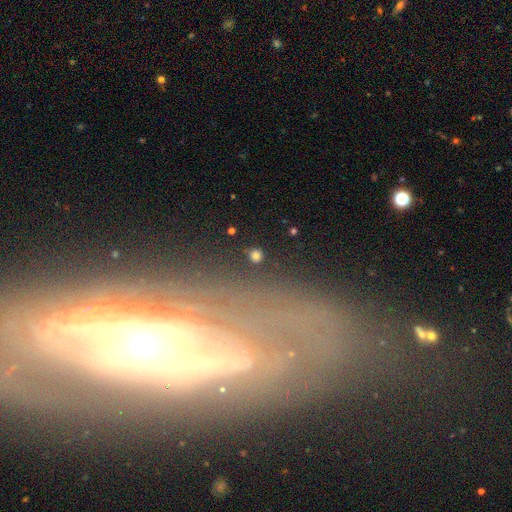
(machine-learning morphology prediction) Q: Smooth or featured?
A: smooth (76%); runner-up: star or artifact (17%)
Q: How rounded?
A: round (88%); runner-up: in between (10%)
Q: Merging?
A: none (87%); runner-up: minor disturbance (7%)